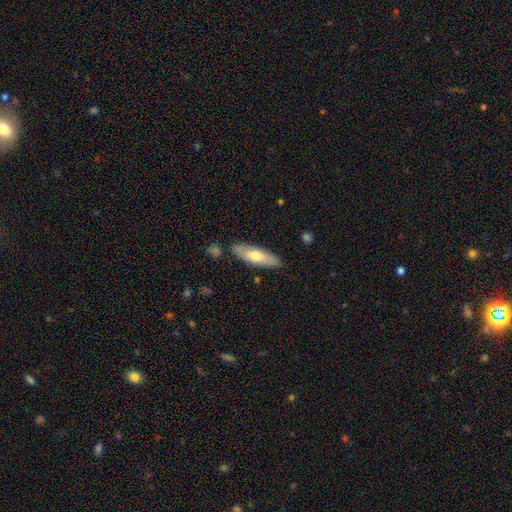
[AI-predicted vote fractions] Smooth or featured?
  - smooth: 63% *
  - featured or disk: 31%
  - star or artifact: 6%
How rounded?
  - cigar-shaped: 50% *
  - in between: 48%
  - round: 2%
Merging?
  - none: 85% *
  - minor disturbance: 10%
  - merger: 3%
  - major disturbance: 2%